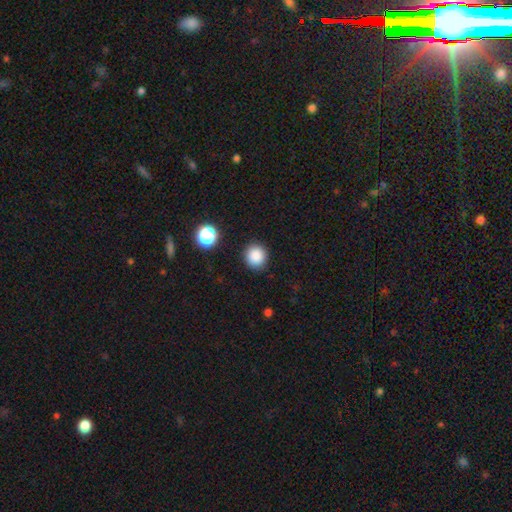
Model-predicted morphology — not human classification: Smooth or featured? Predicted: smooth (p=0.86). How rounded? Predicted: round (p=0.90). Merging? Predicted: none (p=0.90).